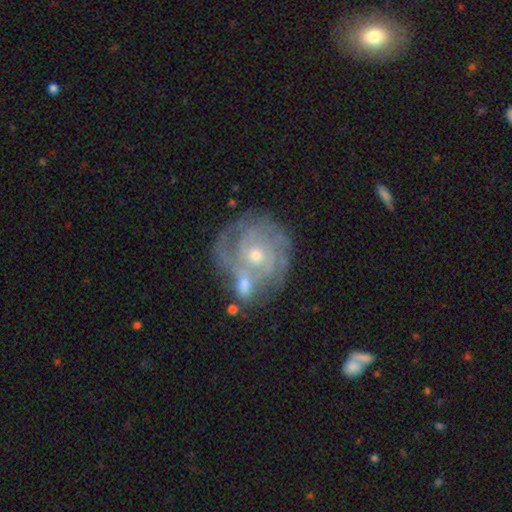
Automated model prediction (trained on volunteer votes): The model was most divided on "bulge size": moderate: 54%, small: 42%, large: 2%, none: 1%, dominant: 1%. Remaining: edge-on disk — no (97%); spiral arms — yes (89%); smooth or featured — featured or disk (82%); bar — no (77%); spiral winding — tight (72%); merging — none (48%); spiral arm count — can't tell (40%).